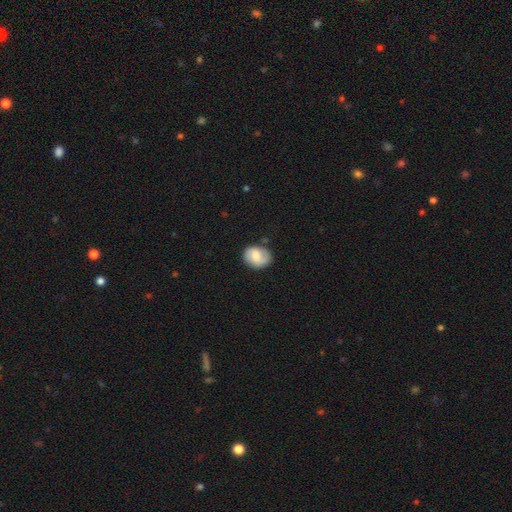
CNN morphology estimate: Smooth or featured? smooth (50%)
How rounded? in between (55%)
Merging? none (76%)